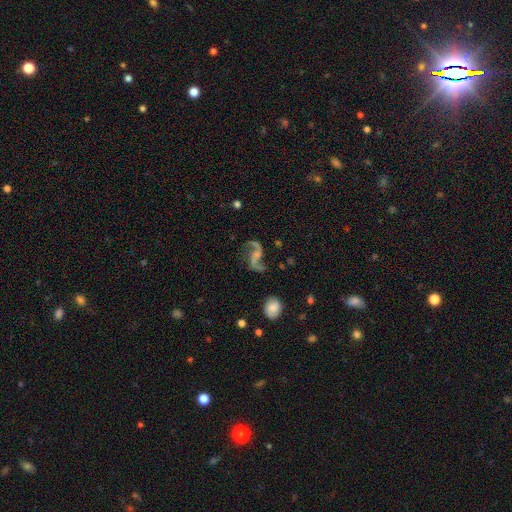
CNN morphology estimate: This is clearly a featured or disk galaxy (89%). It is clearly not viewed edge-on (98%). Bar: marginally no (45%). Spiral arm pattern: clearly yes (97%). Spiral arm count: clearly 2 (94%). Spiral winding: clearly loose (83%). Central bulge: marginally none (40%). Merging: likely none (71%).